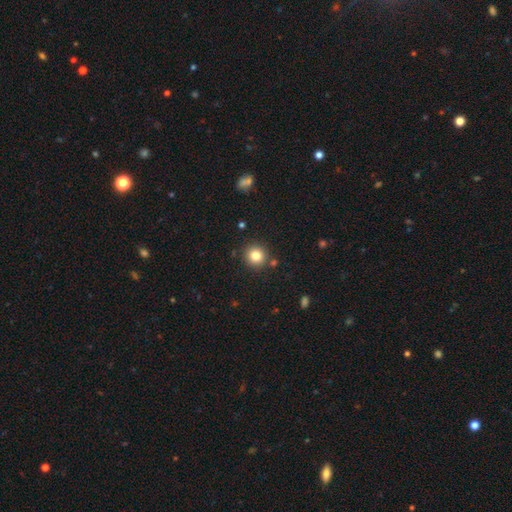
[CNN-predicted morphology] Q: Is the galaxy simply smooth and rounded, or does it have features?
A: smooth — 83%.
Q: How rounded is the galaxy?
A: round — 92%.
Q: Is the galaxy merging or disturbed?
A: none — 87%.